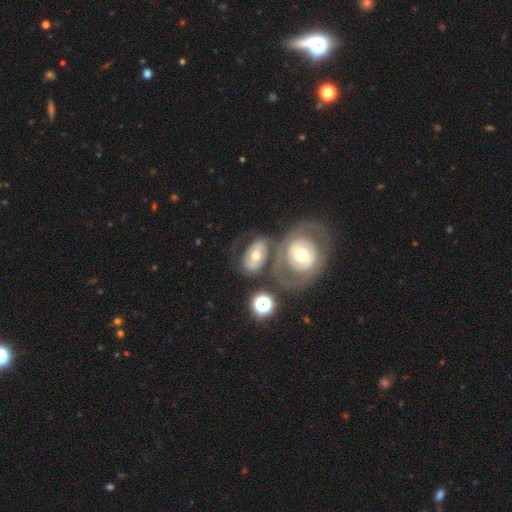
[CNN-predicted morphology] Smooth or featured?
  - featured or disk: 56% *
  - smooth: 37%
  - star or artifact: 7%
Edge-on disk?
  - no: 94% *
  - yes: 6%
Bar?
  - no: 58% *
  - weak: 26%
  - strong: 16%
Spiral arms?
  - no: 54% *
  - yes: 46%
Bulge size?
  - moderate: 72% *
  - small: 17%
  - large: 8%
  - none: 1%
  - dominant: 1%
Merging?
  - none: 48% *
  - merger: 26%
  - minor disturbance: 15%
  - major disturbance: 11%